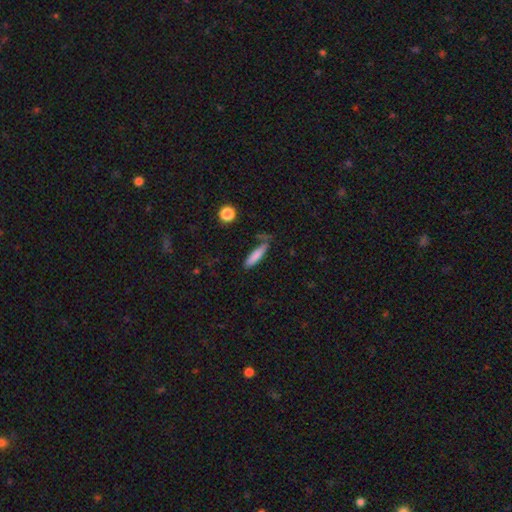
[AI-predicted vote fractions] Q: Smooth or featured?
A: smooth (80%); runner-up: featured or disk (13%)
Q: How rounded?
A: cigar-shaped (78%); runner-up: in between (20%)
Q: Merging?
A: none (64%); runner-up: minor disturbance (23%)